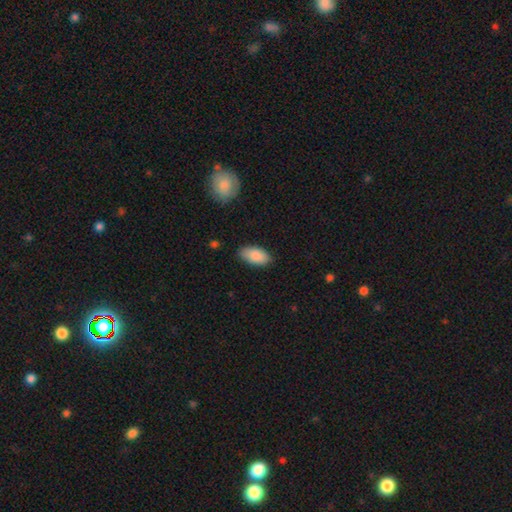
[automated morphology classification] This is clearly a smooth galaxy (89%). How rounded: clearly in between (94%). Merging: clearly none (82%).